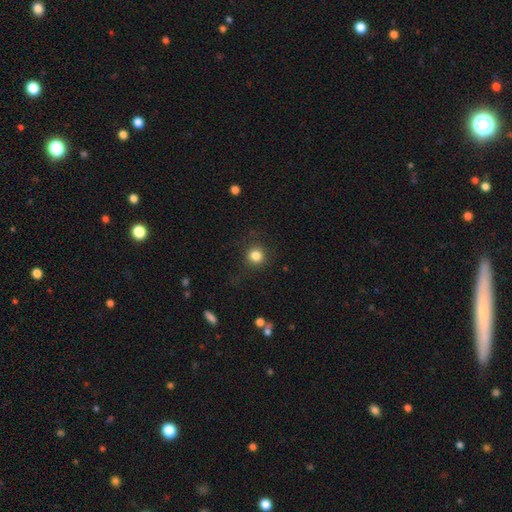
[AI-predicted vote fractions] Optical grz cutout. It shows a smooth galaxy with no disk features (83%) that is round (91%). Merging: none (84%).